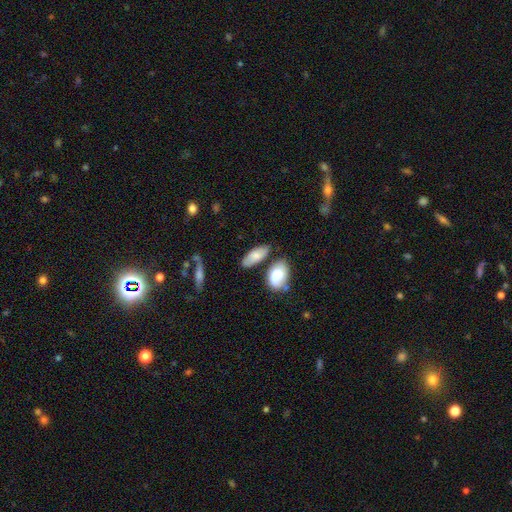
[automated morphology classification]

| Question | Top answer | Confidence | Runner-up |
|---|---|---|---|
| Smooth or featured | smooth | 75% | featured or disk (18%) |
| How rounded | in between | 82% | cigar-shaped (14%) |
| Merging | none | 68% | minor disturbance (17%) |